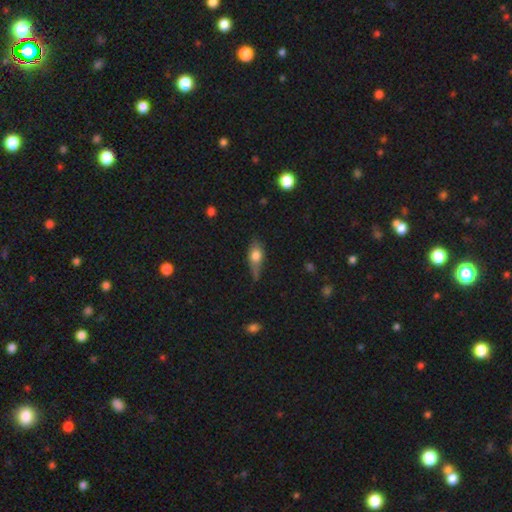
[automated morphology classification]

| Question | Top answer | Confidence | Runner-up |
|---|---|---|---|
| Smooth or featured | smooth | 65% | featured or disk (25%) |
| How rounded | in between | 71% | cigar-shaped (18%) |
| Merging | none | 46% | minor disturbance (36%) |